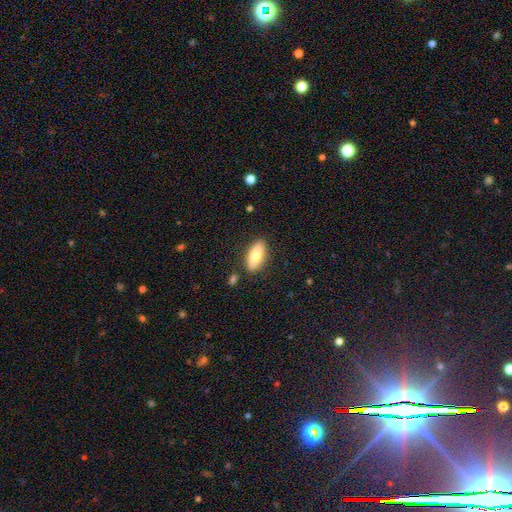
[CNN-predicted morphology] smooth_or_featured: smooth (p=0.76) [alt: featured or disk p=0.17]
how_rounded: in between (p=0.81) [alt: cigar-shaped p=0.17]
merging: none (p=0.84) [alt: minor disturbance p=0.11]